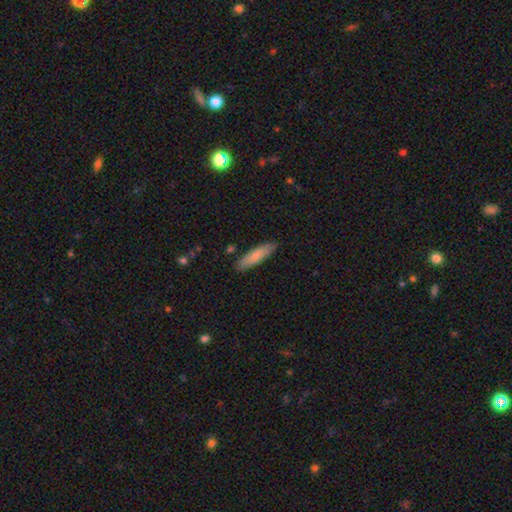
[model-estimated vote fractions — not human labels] A smooth galaxy with no disk features (76%) that is cigar-shaped (72%). Merging: none (86%).